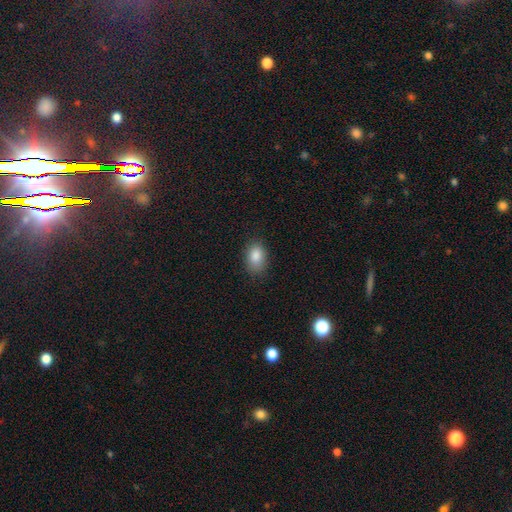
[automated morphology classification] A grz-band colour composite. It shows a smooth galaxy with no disk features (86%) that is in between round and cigar-shaped (83%). Merging: none (82%).